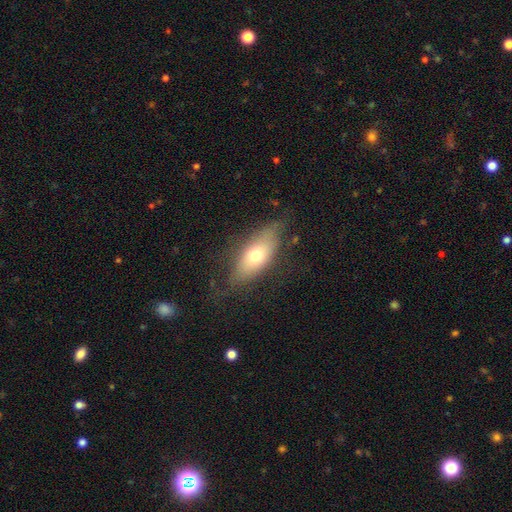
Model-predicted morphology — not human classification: smooth-or-featured: smooth: 64% | featured or disk: 28% | star or artifact: 8%
  how-rounded: in between: 79% | cigar-shaped: 15% | round: 6%
  merging: none: 66% | minor disturbance: 22% | major disturbance: 10% | merger: 1%